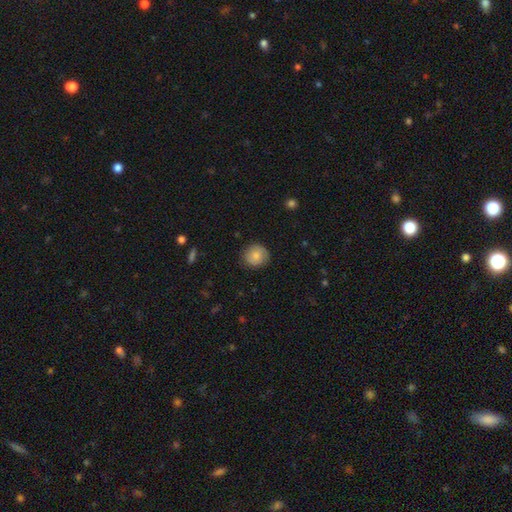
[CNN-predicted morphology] type=smooth (80%); roundness=round (89%); merging=none (85%).